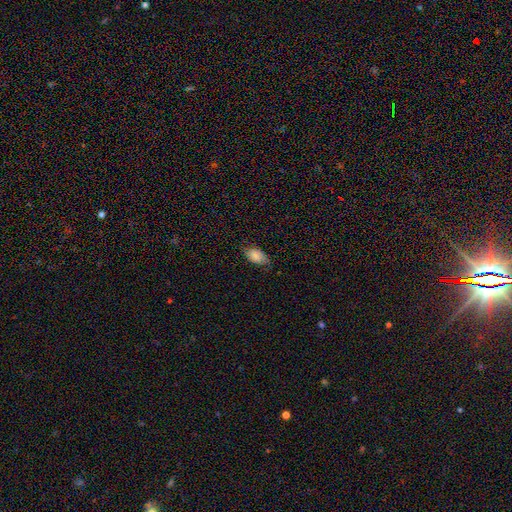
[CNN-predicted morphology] Smooth or featured?
  - smooth: 81% *
  - featured or disk: 11%
  - star or artifact: 8%
How rounded?
  - in between: 92% *
  - round: 6%
  - cigar-shaped: 2%
Merging?
  - none: 69% *
  - minor disturbance: 24%
  - major disturbance: 6%
  - merger: 1%